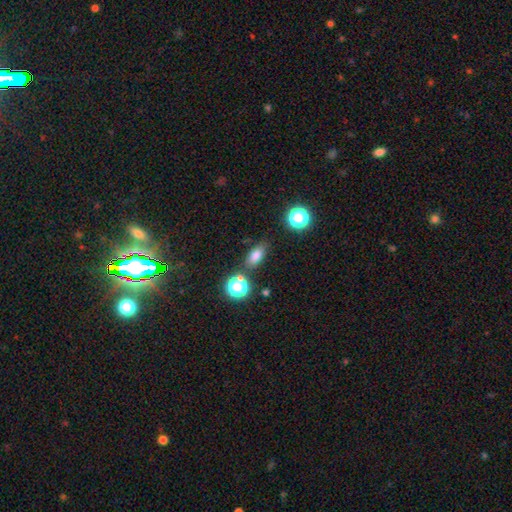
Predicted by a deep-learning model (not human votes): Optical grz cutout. It shows a smooth galaxy with no disk features (75%) that is in between round and cigar-shaped (76%). Merging: none (78%).